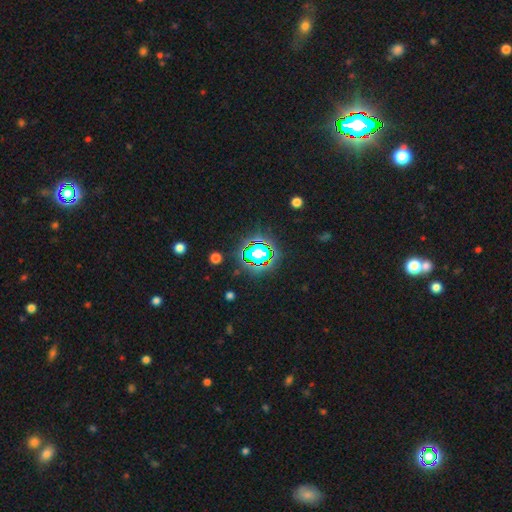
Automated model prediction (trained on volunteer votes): smooth_or_featured: star or artifact (p=0.80) [alt: smooth p=0.13]